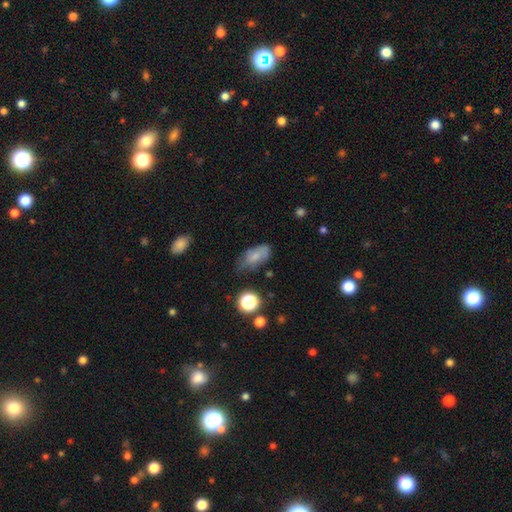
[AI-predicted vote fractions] Q: Smooth or featured?
A: smooth (73%); runner-up: featured or disk (16%)
Q: How rounded?
A: in between (89%); runner-up: round (6%)
Q: Merging?
A: none (53%); runner-up: minor disturbance (34%)